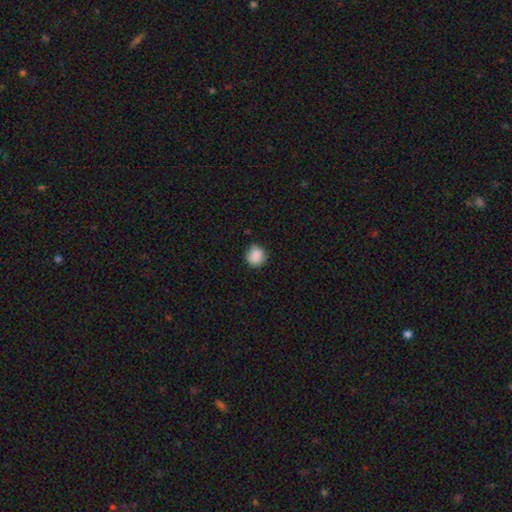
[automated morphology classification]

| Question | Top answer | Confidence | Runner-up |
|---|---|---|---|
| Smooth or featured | smooth | 88% | star or artifact (8%) |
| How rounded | round | 85% | in between (14%) |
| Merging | none | 77% | minor disturbance (18%) |